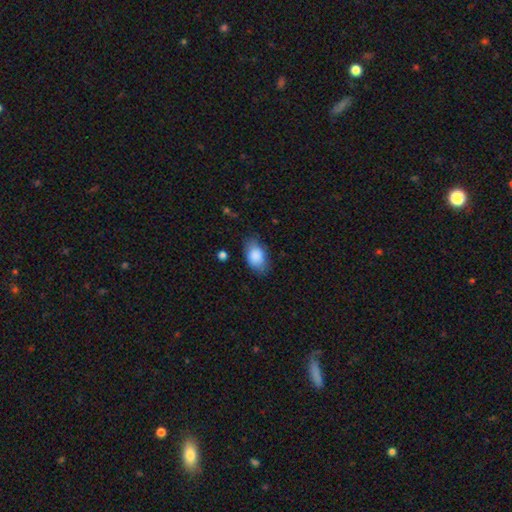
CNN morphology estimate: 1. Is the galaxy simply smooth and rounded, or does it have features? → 87% smooth, 7% star or artifact, 7% featured or disk.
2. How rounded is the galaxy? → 90% in between, 9% round, 1% cigar-shaped.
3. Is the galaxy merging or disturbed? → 74% none, 19% minor disturbance, 5% major disturbance, 2% merger.